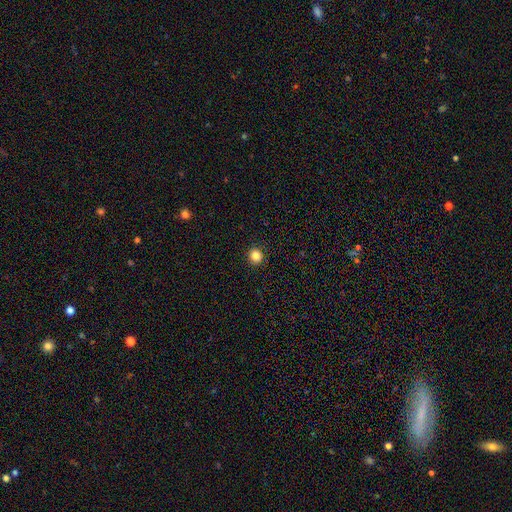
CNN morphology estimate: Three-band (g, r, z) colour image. It shows a smooth galaxy with no disk features (85%) that is round (93%). Merging: none (93%).